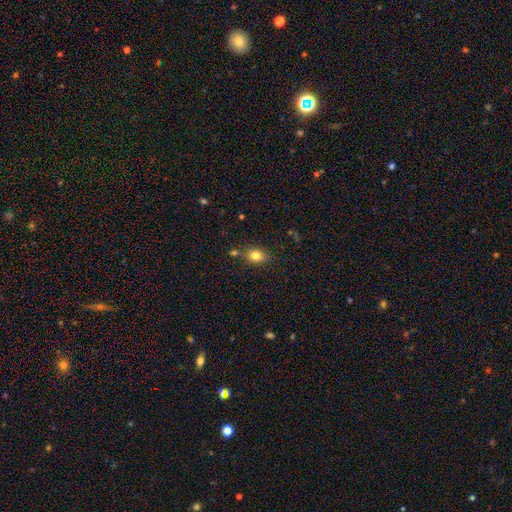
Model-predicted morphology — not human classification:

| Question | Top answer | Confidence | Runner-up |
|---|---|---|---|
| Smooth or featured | smooth | 81% | star or artifact (11%) |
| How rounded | in between | 62% | round (37%) |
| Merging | none | 75% | minor disturbance (14%) |